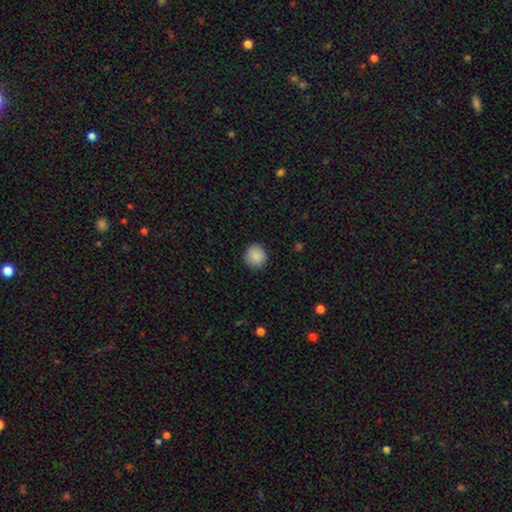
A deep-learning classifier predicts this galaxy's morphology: Smooth or featured: smooth — 88% (star or artifact — 8%)
How rounded: round — 92% (in between — 7%)
Merging: none — 91% (minor disturbance — 7%)